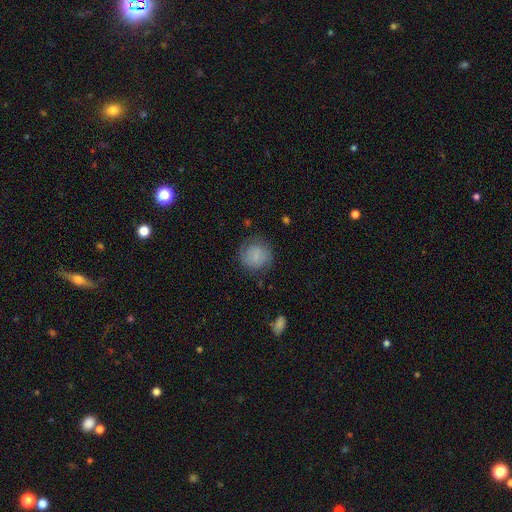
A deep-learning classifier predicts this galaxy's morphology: Q: Smooth or featured?
A: smooth (74%); runner-up: featured or disk (18%)
Q: How rounded?
A: round (87%); runner-up: in between (12%)
Q: Merging?
A: none (75%); runner-up: minor disturbance (16%)